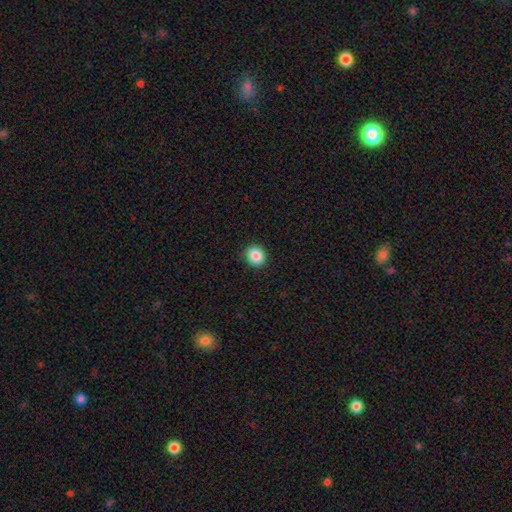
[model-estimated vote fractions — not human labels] Overall: smooth (87%). How rounded: round (78%). Merging: none (89%).